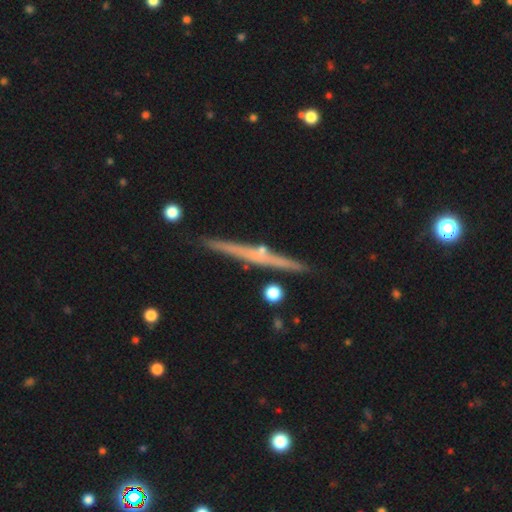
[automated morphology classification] This appears to be a featured or disk galaxy (71%) viewed edge-on (98%) with no central bulge (59%). Merging: none (90%).